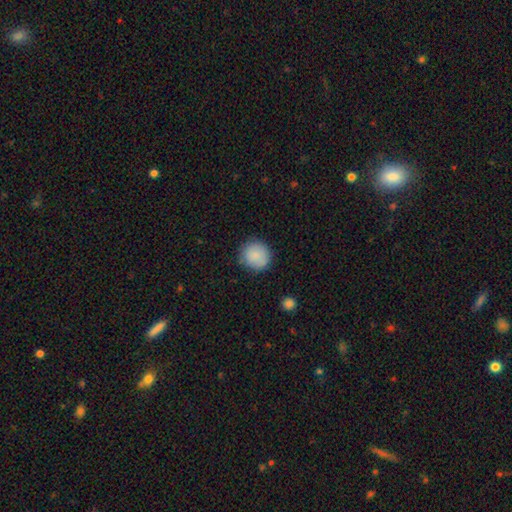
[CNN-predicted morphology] smooth 88%, star or artifact 7%, featured or disk 5%. Down the decision tree: how rounded — round (91%); merging — none (85%).